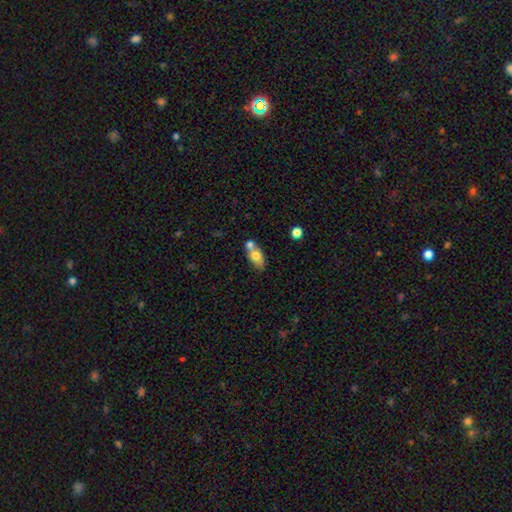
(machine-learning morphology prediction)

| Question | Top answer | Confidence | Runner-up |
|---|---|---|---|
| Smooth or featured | smooth | 70% | featured or disk (22%) |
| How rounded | in between | 82% | round (9%) |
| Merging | none | 44% | merger (39%) |